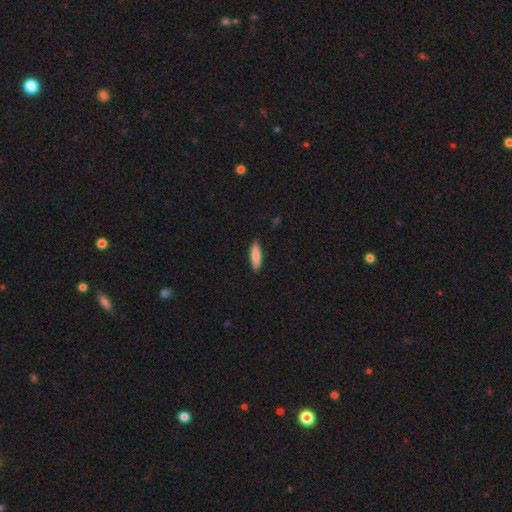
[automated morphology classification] A smooth galaxy with no disk features (83%) that is cigar-shaped (60%). Merging: none (88%).